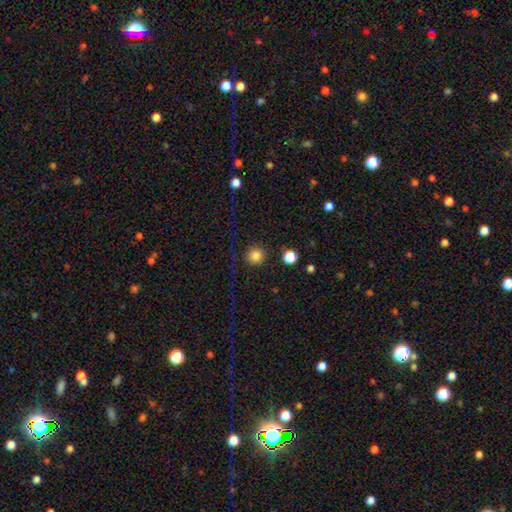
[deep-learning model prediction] smooth 83%, star or artifact 12%, featured or disk 5%. Down the decision tree: how rounded — round (95%); merging — none (88%).